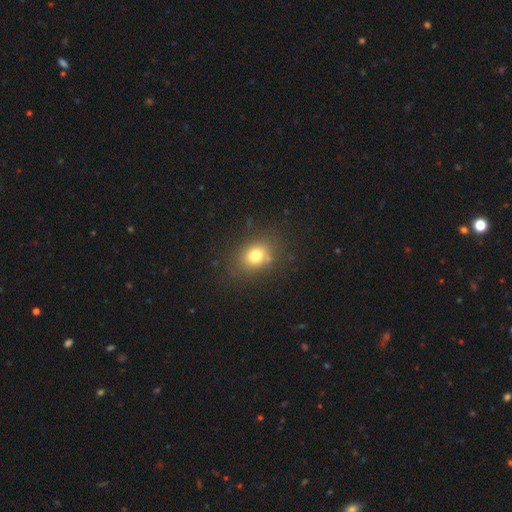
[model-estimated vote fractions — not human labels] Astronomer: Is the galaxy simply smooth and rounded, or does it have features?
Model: smooth — 75%.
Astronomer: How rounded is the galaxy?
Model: round — 59% (runner-up: in between, 40%).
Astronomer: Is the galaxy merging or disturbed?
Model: none — 80%.